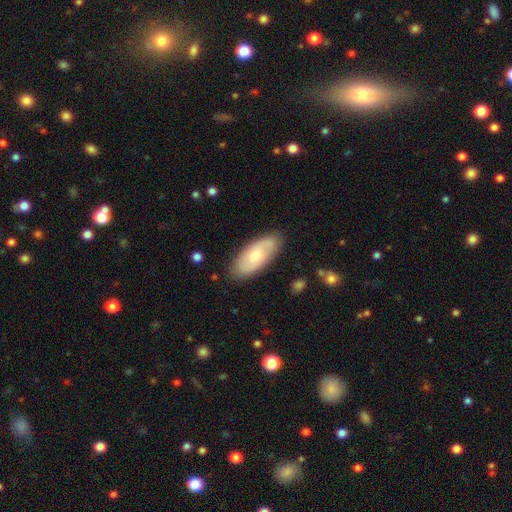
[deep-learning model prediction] This appears to be a smooth galaxy with no disk features (56%) that is in between round and cigar-shaped (85%). Merging: none (84%).